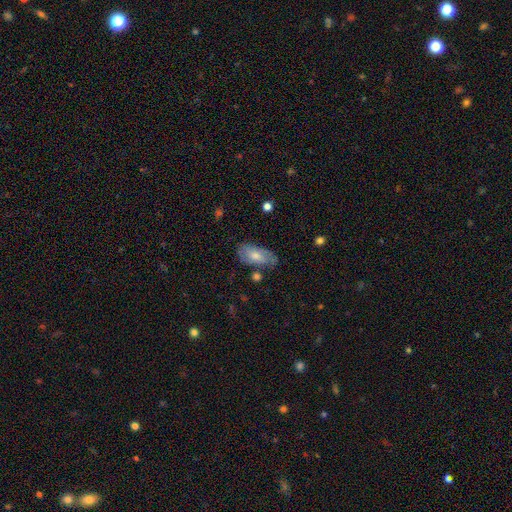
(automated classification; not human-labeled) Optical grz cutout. It shows a smooth galaxy with no disk features (59%) that is in between round and cigar-shaped (90%). Merging: none (63%).